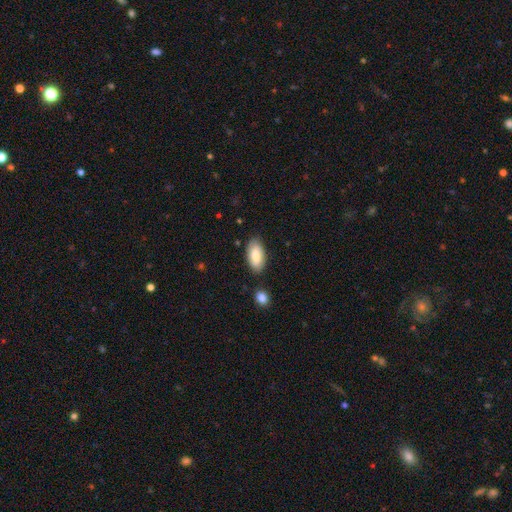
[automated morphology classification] Overall: smooth (76%). How rounded: in between (94%). Merging: none (81%).